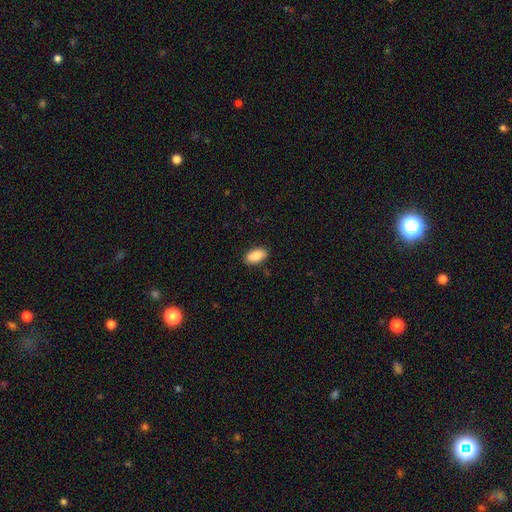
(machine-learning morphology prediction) smooth_or_featured: smooth (p=0.88) [alt: star or artifact p=0.07]
how_rounded: in between (p=0.94) [alt: round p=0.03]
merging: none (p=0.88) [alt: minor disturbance p=0.09]